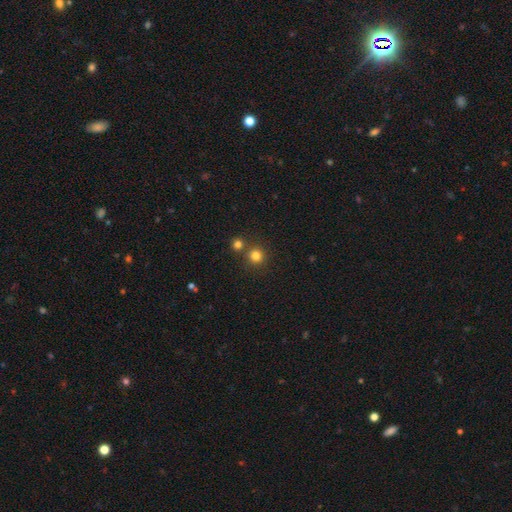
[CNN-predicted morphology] This is likely a smooth galaxy (80%). How rounded: clearly round (93%). Merging: likely none (74%).